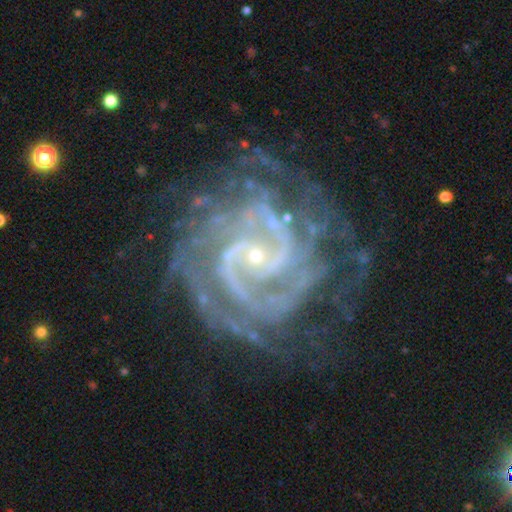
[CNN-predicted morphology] Q: Smooth or featured?
A: featured or disk (91%); runner-up: star or artifact (6%)
Q: Edge-on disk?
A: no (98%); runner-up: yes (2%)
Q: Bar?
A: no (49%); runner-up: weak (35%)
Q: Spiral arms?
A: yes (98%); runner-up: no (2%)
Q: Spiral winding?
A: tight (66%); runner-up: medium (30%)
Q: Spiral arm count?
A: 2 (39%); runner-up: can't tell (17%)
Q: Bulge size?
A: small (84%); runner-up: moderate (12%)
Q: Merging?
A: none (69%); runner-up: minor disturbance (18%)